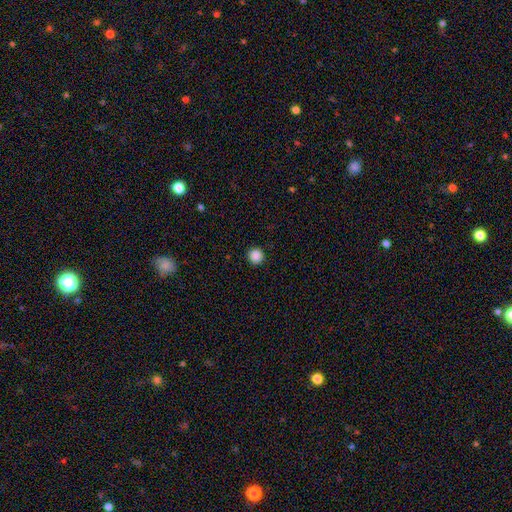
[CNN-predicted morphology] This appears to be a smooth galaxy with no disk features (88%) that is round (96%). Merging: none (93%).